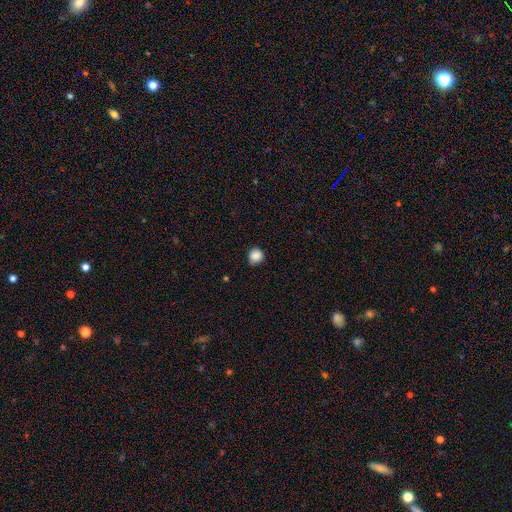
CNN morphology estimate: Q: Smooth or featured?
A: smooth (87%); runner-up: star or artifact (10%)
Q: How rounded?
A: round (91%); runner-up: in between (8%)
Q: Merging?
A: none (80%); runner-up: minor disturbance (16%)